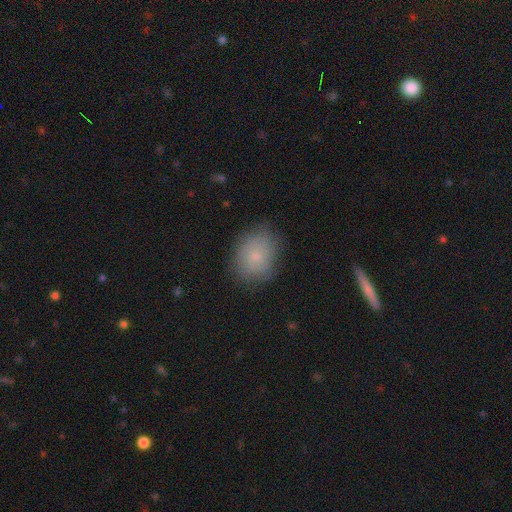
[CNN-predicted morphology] This is likely a smooth galaxy (71%). How rounded: possibly in between (53%). Merging: likely none (74%).